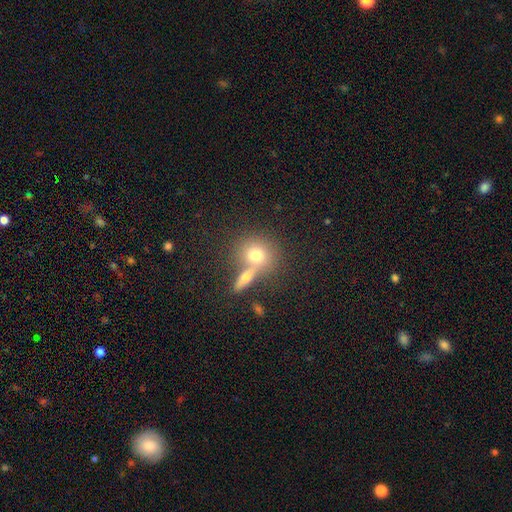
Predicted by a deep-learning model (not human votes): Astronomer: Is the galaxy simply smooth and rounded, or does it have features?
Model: smooth — 72%.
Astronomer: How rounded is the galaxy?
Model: round — 77%.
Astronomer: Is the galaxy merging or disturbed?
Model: none — 46% (runner-up: merger, 41%).